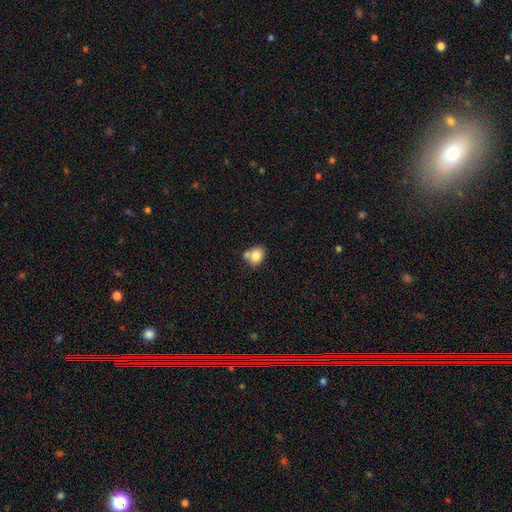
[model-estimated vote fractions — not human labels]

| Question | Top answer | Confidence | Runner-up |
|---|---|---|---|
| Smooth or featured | smooth | 80% | featured or disk (11%) |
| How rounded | round | 52% | in between (47%) |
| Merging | none | 49% | merger (29%) |